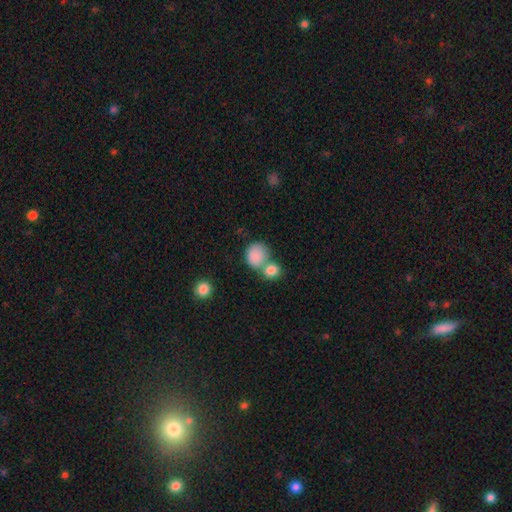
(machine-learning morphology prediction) This is clearly a smooth galaxy (85%). How rounded: likely round (67%). Merging: marginally merger (44%).